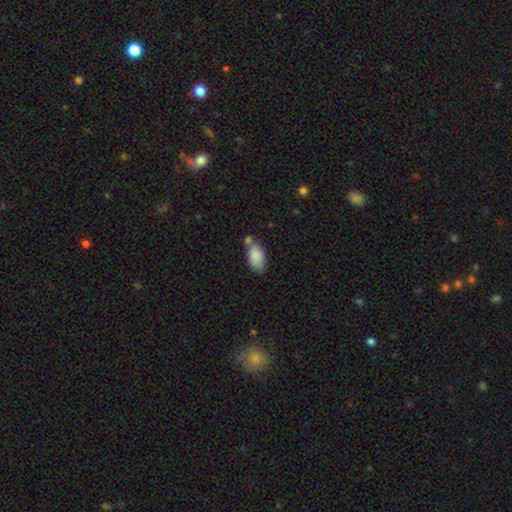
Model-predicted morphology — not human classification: type=smooth (85%); roundness=in between (94%); merging=none (52%).